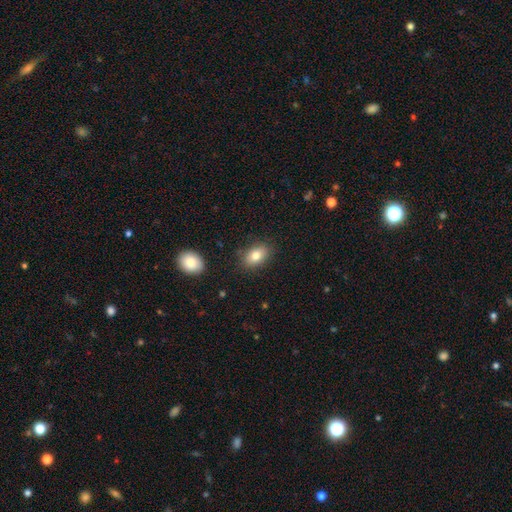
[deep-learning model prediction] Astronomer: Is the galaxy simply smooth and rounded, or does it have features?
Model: smooth — 79%.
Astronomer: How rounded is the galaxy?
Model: in between — 83%.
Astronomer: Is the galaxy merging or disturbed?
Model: none — 83%.